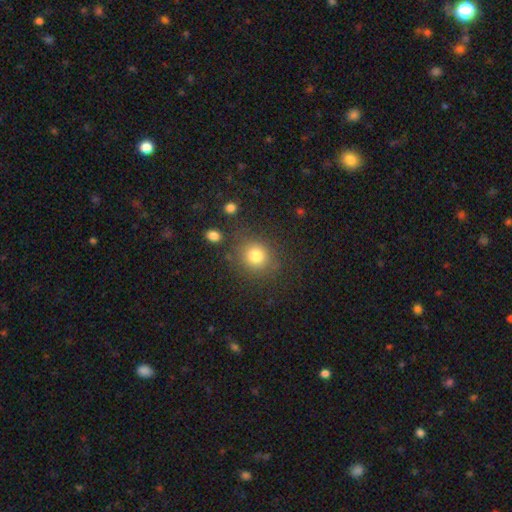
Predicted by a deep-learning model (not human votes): smooth_or_featured: smooth (p=0.80) [alt: star or artifact p=0.13]
how_rounded: round (p=0.85) [alt: in between p=0.14]
merging: none (p=0.80) [alt: minor disturbance p=0.11]